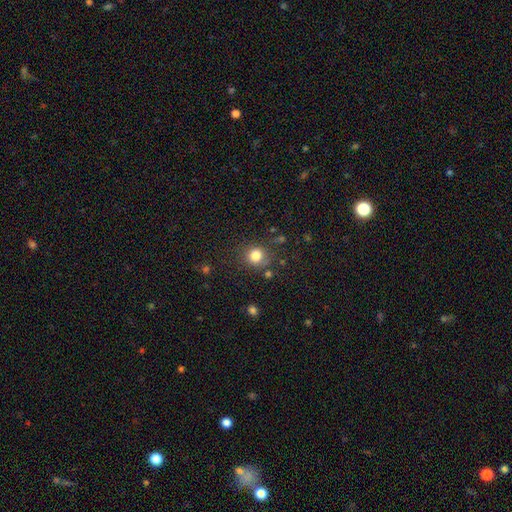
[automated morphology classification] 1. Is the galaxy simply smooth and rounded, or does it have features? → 81% smooth, 13% star or artifact, 6% featured or disk.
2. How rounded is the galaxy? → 85% round, 14% in between, 1% cigar-shaped.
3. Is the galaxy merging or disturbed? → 79% none, 12% minor disturbance, 5% merger, 5% major disturbance.